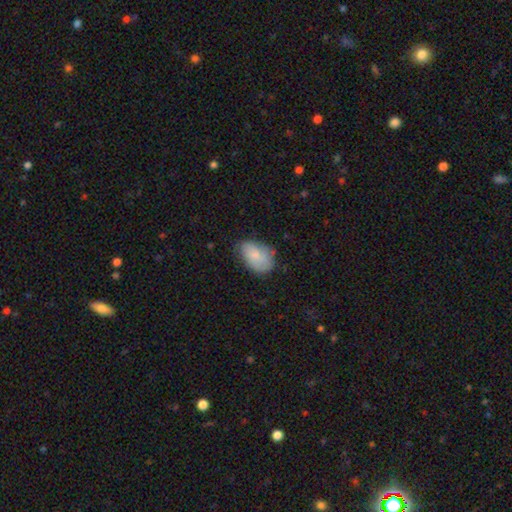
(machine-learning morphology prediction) smooth 79%, featured or disk 15%, star or artifact 7%. Down the decision tree: how rounded — in between (90%); merging — none (63%).